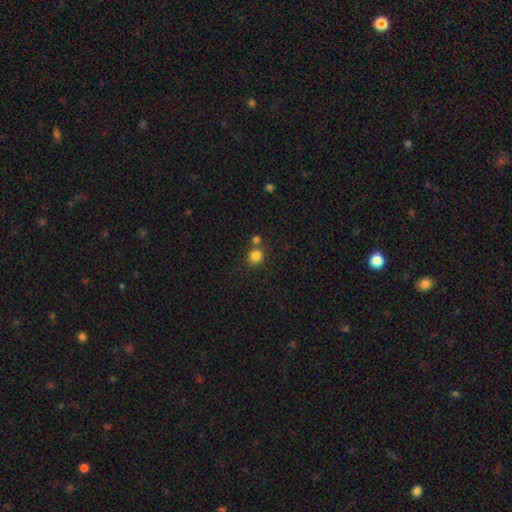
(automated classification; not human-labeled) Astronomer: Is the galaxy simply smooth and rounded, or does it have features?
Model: smooth — 83%.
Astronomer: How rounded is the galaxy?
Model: round — 86%.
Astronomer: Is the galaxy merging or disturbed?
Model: none — 66%.